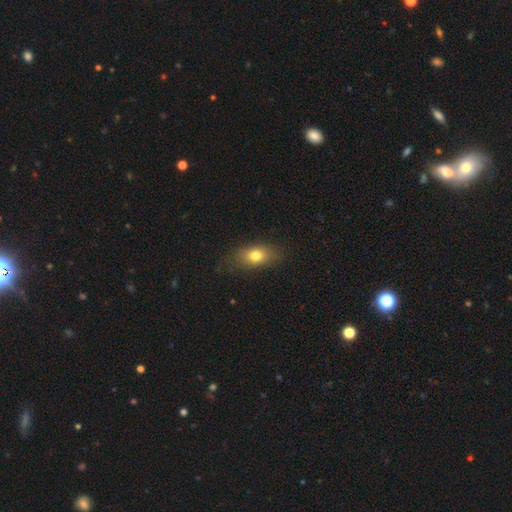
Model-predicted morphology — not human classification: Q: Smooth or featured?
A: smooth (77%); runner-up: featured or disk (13%)
Q: How rounded?
A: in between (77%); runner-up: round (18%)
Q: Merging?
A: none (77%); runner-up: minor disturbance (16%)